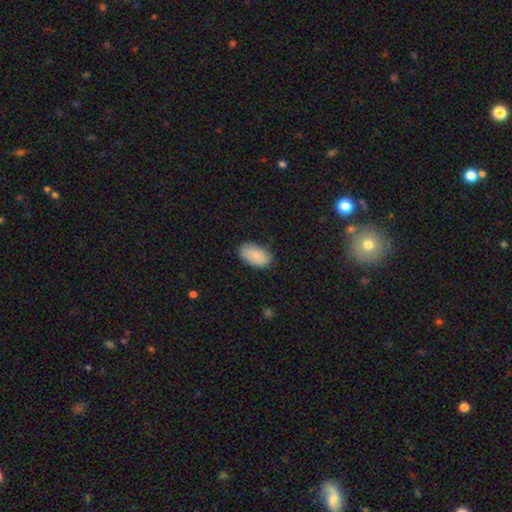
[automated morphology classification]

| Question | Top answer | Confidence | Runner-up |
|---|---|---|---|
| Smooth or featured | smooth | 88% | star or artifact (6%) |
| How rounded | in between | 94% | round (4%) |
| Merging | none | 81% | minor disturbance (15%) |